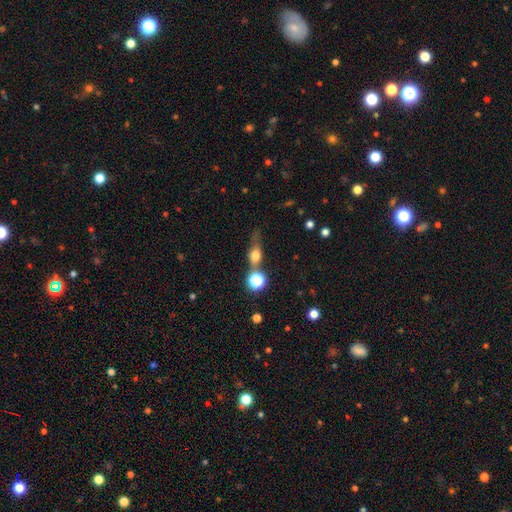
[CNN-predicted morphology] Smooth or featured?
  - smooth: 61% *
  - featured or disk: 22%
  - star or artifact: 17%
How rounded?
  - in between: 43% *
  - round: 41%
  - cigar-shaped: 16%
Merging?
  - none: 46% *
  - merger: 21%
  - minor disturbance: 20%
  - major disturbance: 14%